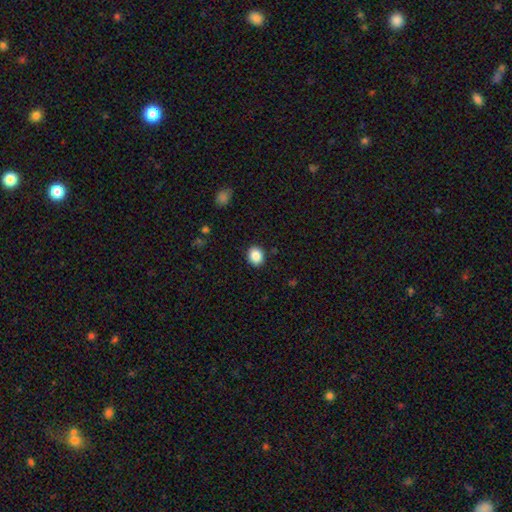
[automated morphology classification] smooth 87%, star or artifact 9%, featured or disk 4%. Down the decision tree: how rounded — round (66%); merging — none (90%).